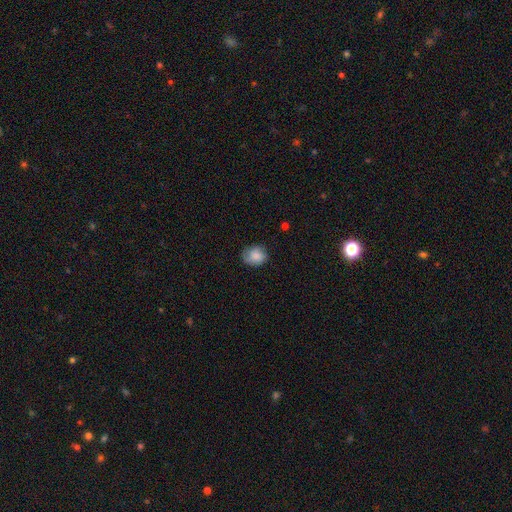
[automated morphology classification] Q: Smooth or featured?
A: smooth (82%); runner-up: featured or disk (10%)
Q: How rounded?
A: round (65%); runner-up: in between (34%)
Q: Merging?
A: none (70%); runner-up: minor disturbance (23%)